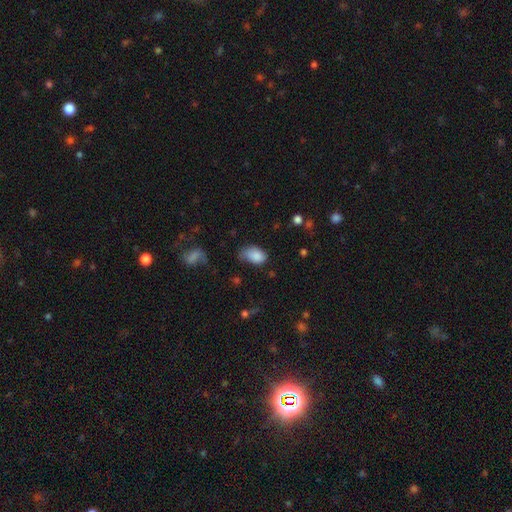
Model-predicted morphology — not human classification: Smooth or featured: smooth — 83% (featured or disk — 9%)
How rounded: in between — 90% (round — 9%)
Merging: none — 42% (minor disturbance — 40%)